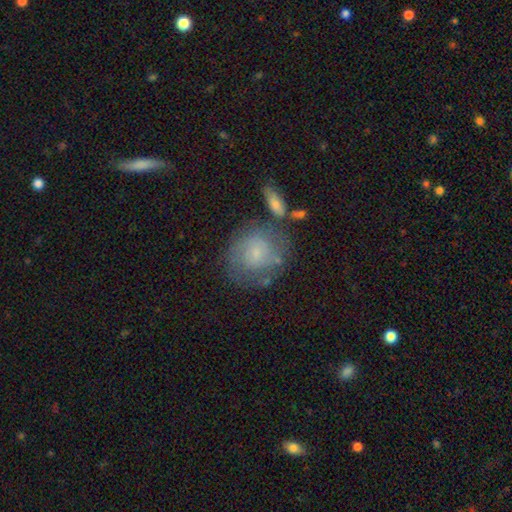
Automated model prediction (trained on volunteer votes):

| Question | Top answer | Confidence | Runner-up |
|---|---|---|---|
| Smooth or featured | smooth | 44% | tied: featured or disk (44%) |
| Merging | none | 63% | minor disturbance (19%) |